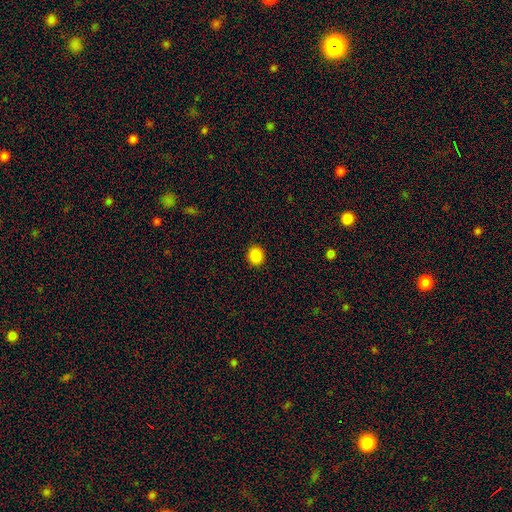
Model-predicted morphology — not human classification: Smooth or featured: smooth — 87% (star or artifact — 10%)
How rounded: round — 74% (in between — 25%)
Merging: none — 92% (minor disturbance — 5%)